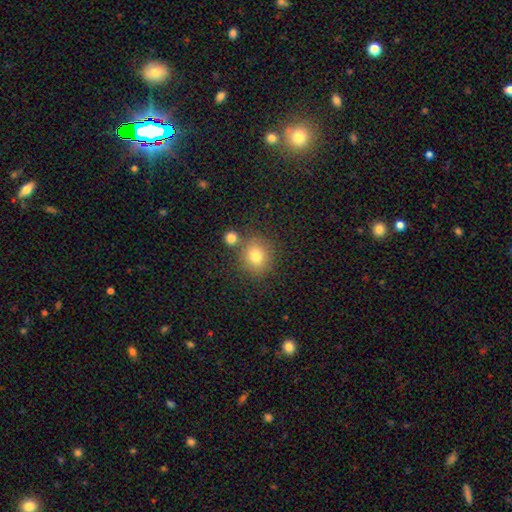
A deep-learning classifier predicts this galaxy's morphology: type=smooth (78%); roundness=round (83%); merging=none (72%).